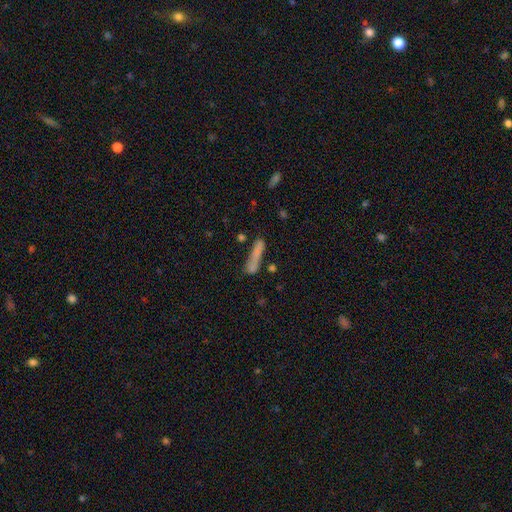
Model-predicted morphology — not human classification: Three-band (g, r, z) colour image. It shows a smooth galaxy with no disk features (70%) that is cigar-shaped (90%). Merging: none (67%).